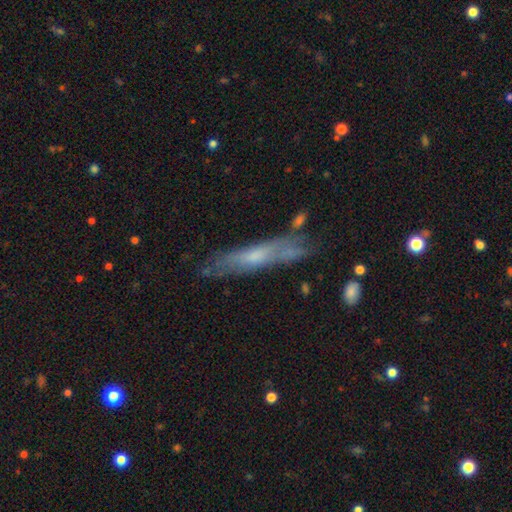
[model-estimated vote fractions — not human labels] smooth_or_featured: featured or disk (p=0.47) [alt: smooth p=0.46]
merging: none (p=0.65) [alt: minor disturbance p=0.22]